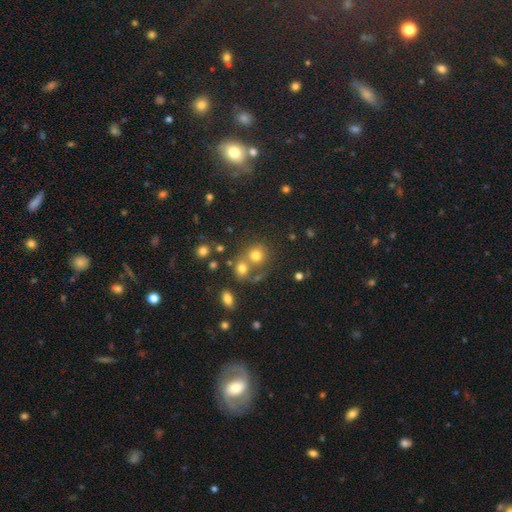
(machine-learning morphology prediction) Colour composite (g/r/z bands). It shows a smooth galaxy with no disk features (71%) that is round (83%). Merging: none (49%).